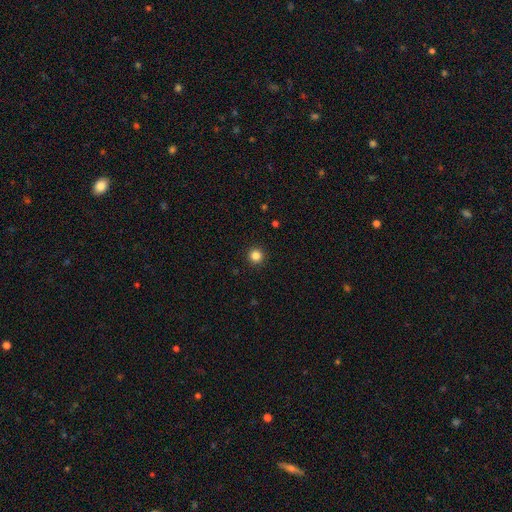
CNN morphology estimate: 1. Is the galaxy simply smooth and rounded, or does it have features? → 84% smooth, 12% star or artifact, 4% featured or disk.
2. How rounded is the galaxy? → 96% round, 3% in between, 1% cigar-shaped.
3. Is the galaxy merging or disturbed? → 93% none, 4% minor disturbance, 2% major disturbance, 1% merger.